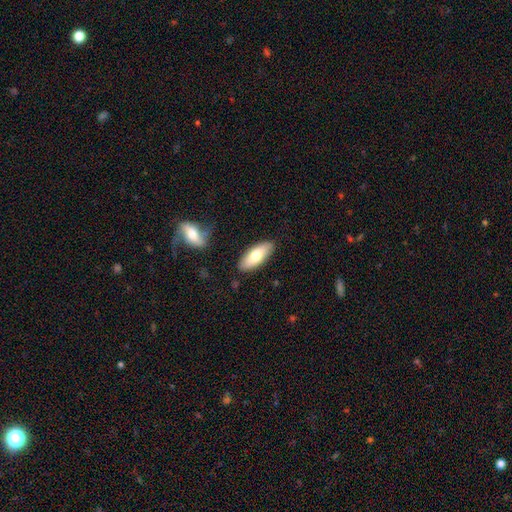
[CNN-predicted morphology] A smooth galaxy with no disk features (70%) that is in between round and cigar-shaped (77%).

Vote fractions:
- Smooth or featured? smooth: 70% / featured or disk: 24% / star or artifact: 6%
- How rounded? in between: 77% / cigar-shaped: 21% / round: 2%
- Merging? none: 85% / minor disturbance: 11% / merger: 2% / major disturbance: 2%